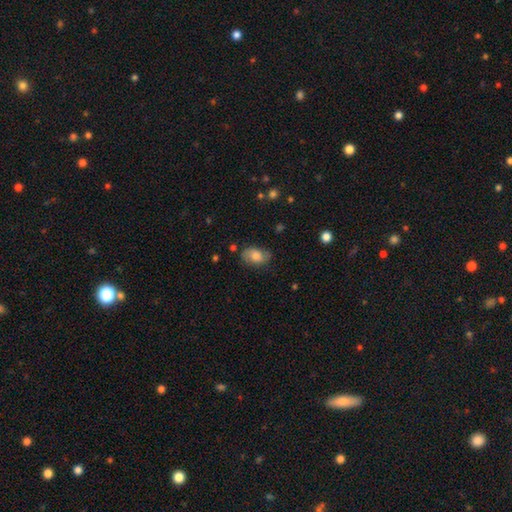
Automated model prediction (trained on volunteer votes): A smooth galaxy with no disk features (66%) that is in between round and cigar-shaped (85%).

Vote fractions:
- Smooth or featured? smooth: 66% / featured or disk: 26% / star or artifact: 8%
- How rounded? in between: 85% / round: 13% / cigar-shaped: 2%
- Merging? none: 70% / minor disturbance: 22% / major disturbance: 6% / merger: 2%